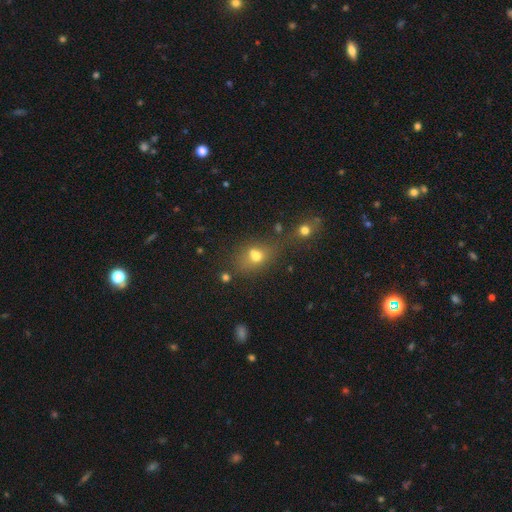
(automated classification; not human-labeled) This is likely a smooth galaxy (66%). How rounded: possibly in between (52%). Merging: marginally merger (38%, tied with none).